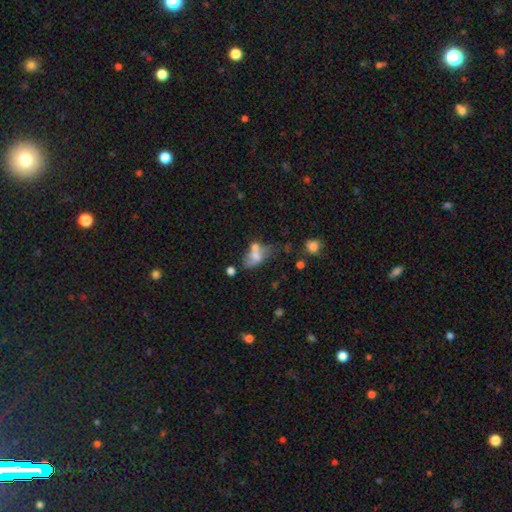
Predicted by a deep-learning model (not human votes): The model was most divided on "merging": merger: 41%, none: 26%, minor disturbance: 18%, major disturbance: 15%. More confident: how rounded — in between (84%); smooth or featured — smooth (58%).